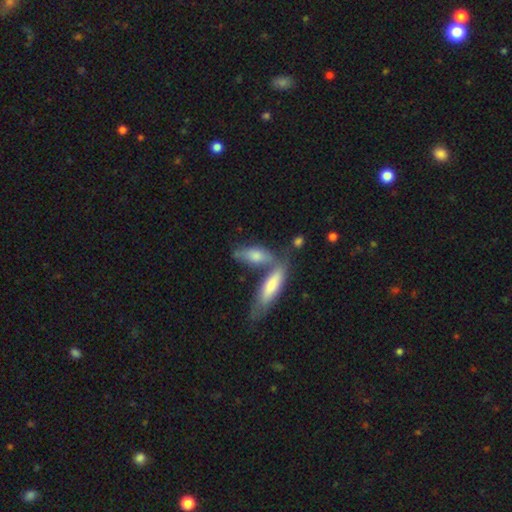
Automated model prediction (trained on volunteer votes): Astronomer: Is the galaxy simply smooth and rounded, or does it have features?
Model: smooth — 67%.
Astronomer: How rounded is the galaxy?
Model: in between — 62%.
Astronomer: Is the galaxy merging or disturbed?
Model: merger — 44% (runner-up: none, 36%).